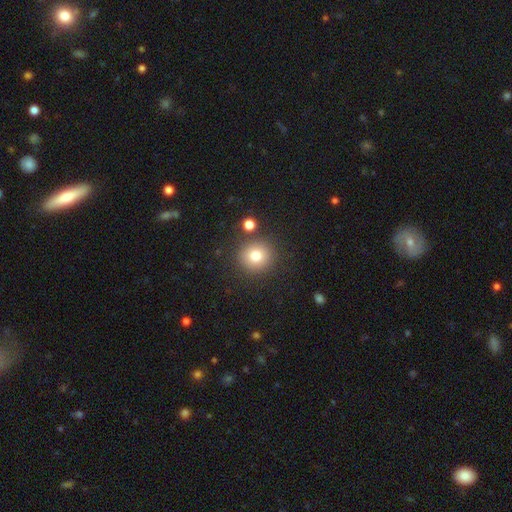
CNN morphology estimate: A smooth galaxy with no disk features (79%) that is round (91%). Merging: none (84%).